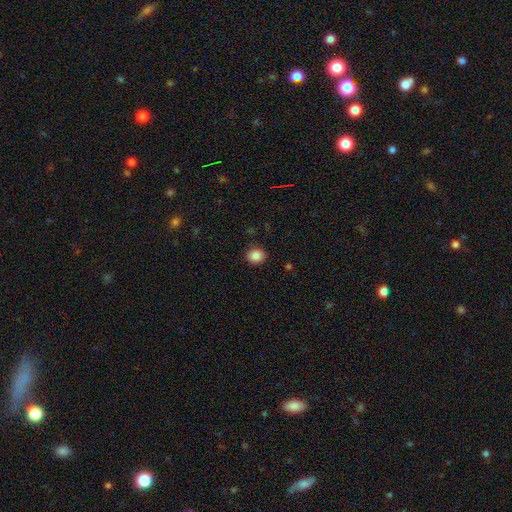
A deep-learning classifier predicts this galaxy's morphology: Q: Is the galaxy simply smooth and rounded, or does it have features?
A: smooth — 87%.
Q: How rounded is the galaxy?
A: round — 73%.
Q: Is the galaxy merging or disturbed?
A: none — 89%.